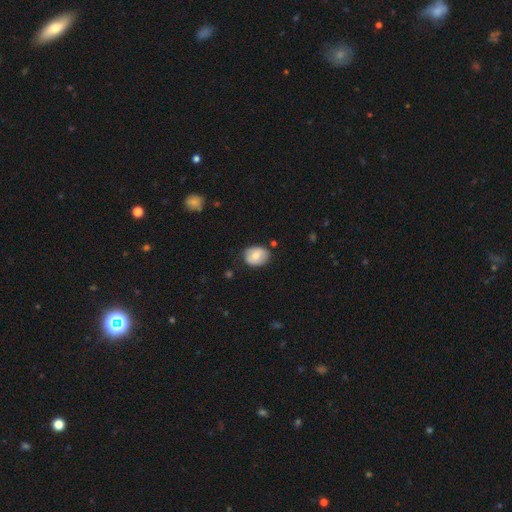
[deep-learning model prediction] This appears to be a smooth galaxy with no disk features (71%) that is in between round and cigar-shaped (63%). Merging: none (73%).